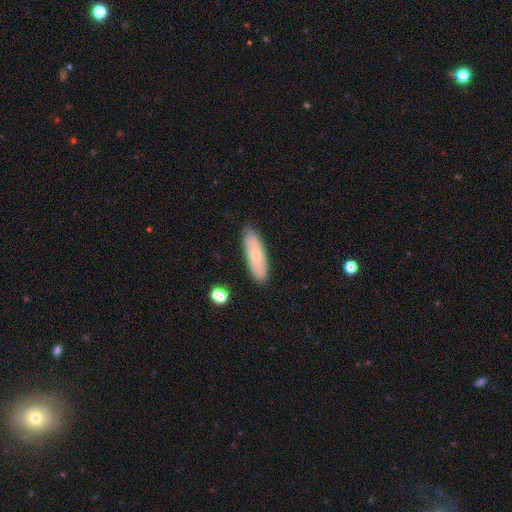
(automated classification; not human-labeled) smooth 59%, featured or disk 34%, star or artifact 7%. Down the decision tree: how rounded — in between (53%); merging — none (86%).